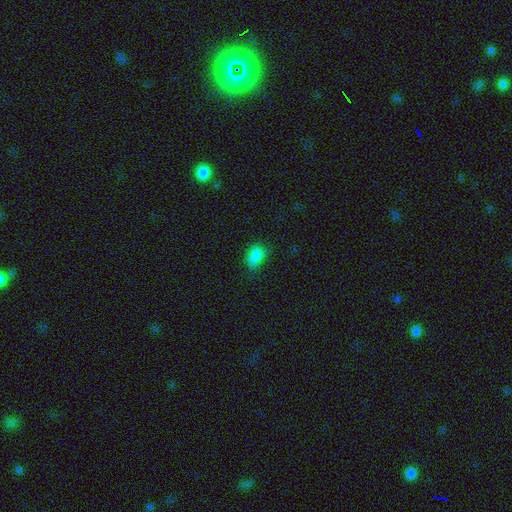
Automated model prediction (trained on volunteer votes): Smooth or featured: smooth — 82% (star or artifact — 13%)
How rounded: in between — 83% (round — 16%)
Merging: none — 64% (minor disturbance — 27%)